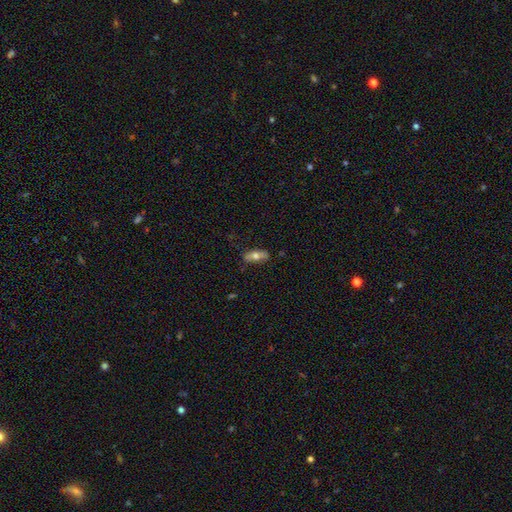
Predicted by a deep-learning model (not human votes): A smooth galaxy with no disk features (64%) that is in between round and cigar-shaped (66%).

Vote fractions:
- Smooth or featured? smooth: 64% / featured or disk: 30% / star or artifact: 6%
- How rounded? in between: 66% / cigar-shaped: 30% / round: 3%
- Merging? none: 83% / minor disturbance: 13% / major disturbance: 2% / merger: 1%